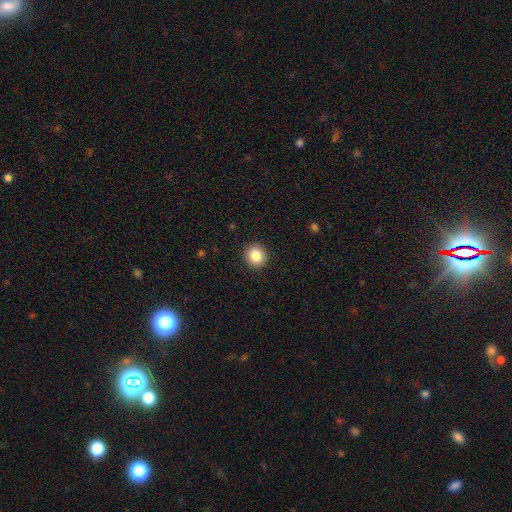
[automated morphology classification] Smooth or featured: smooth — 84% (star or artifact — 10%)
How rounded: round — 87% (in between — 12%)
Merging: none — 92% (minor disturbance — 5%)